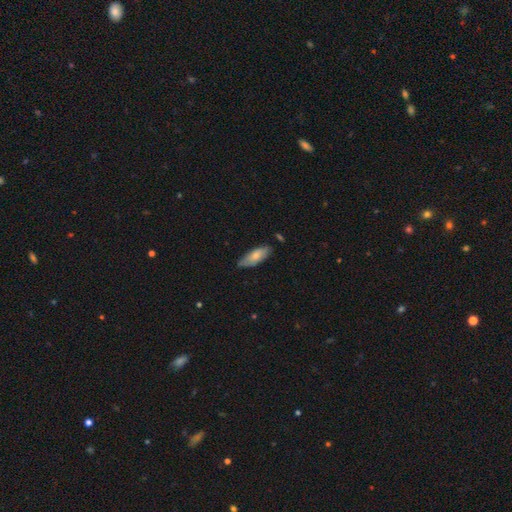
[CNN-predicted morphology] A smooth galaxy with no disk features (74%) that is in between round and cigar-shaped (71%). Merging: none (70%).